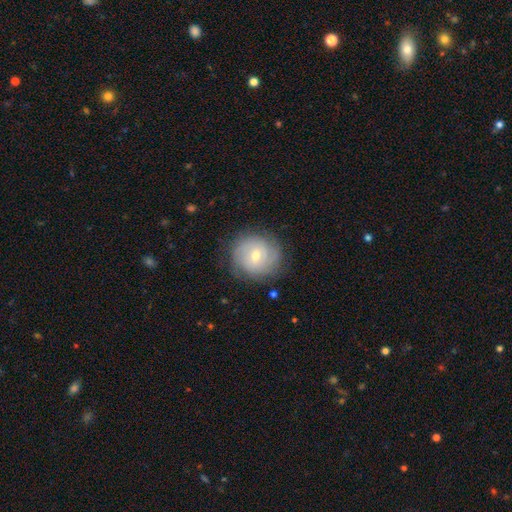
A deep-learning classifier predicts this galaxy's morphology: Smooth or featured? featured or disk (57%)
Edge-on disk? no (97%)
Bar? no (57%)
Spiral arms? yes (81%)
Bulge size? moderate (51%)
Merging? none (81%)